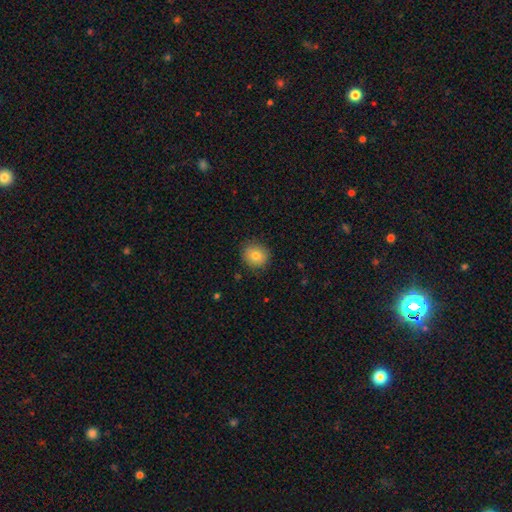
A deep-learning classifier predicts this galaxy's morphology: Overall: smooth (79%). How rounded: round (84%). Merging: none (88%).